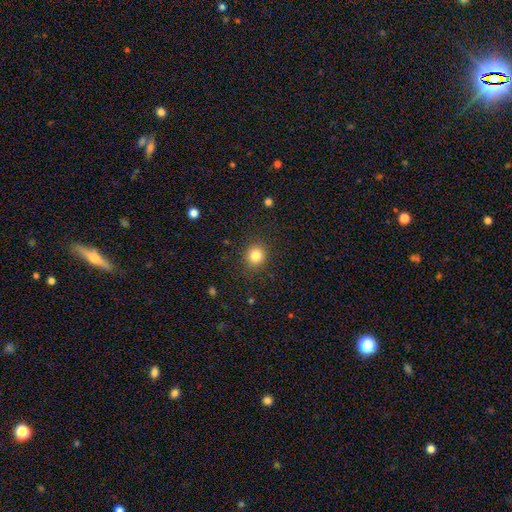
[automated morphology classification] Overall: smooth (83%). How rounded: round (84%). Merging: none (88%).